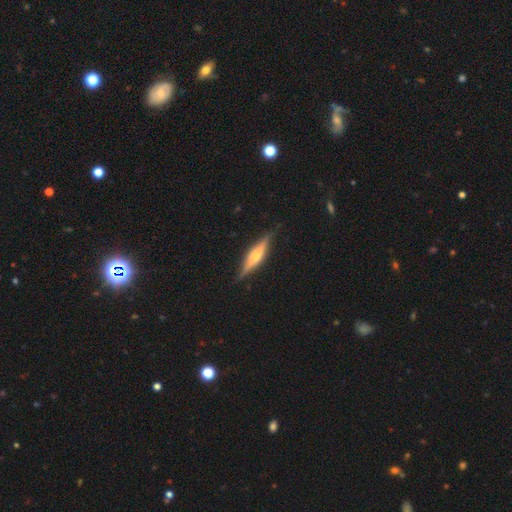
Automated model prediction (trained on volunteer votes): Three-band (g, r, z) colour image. It shows a featured or disk galaxy (68%) viewed edge-on (96%) with a rounded central bulge (76%). Merging: none (86%).